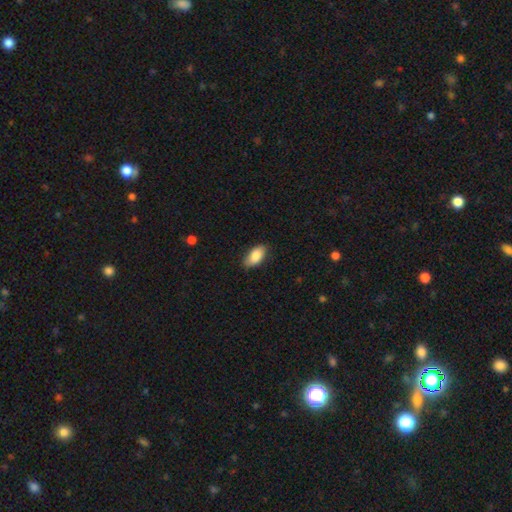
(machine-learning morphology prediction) Smooth or featured? Predicted: smooth (p=0.86). How rounded? Predicted: in between (p=0.93). Merging? Predicted: none (p=0.80).